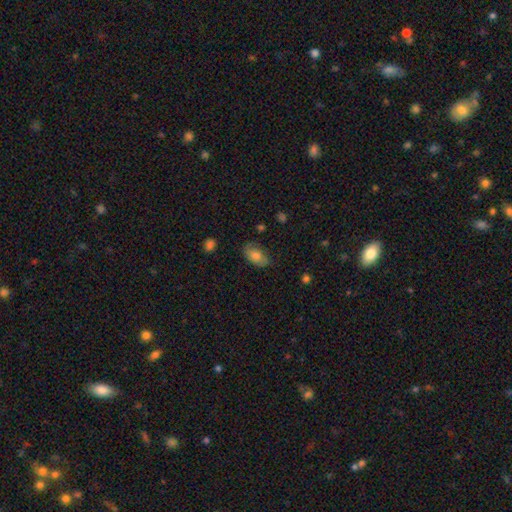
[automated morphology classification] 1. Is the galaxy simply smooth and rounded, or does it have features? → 72% smooth, 20% featured or disk, 8% star or artifact.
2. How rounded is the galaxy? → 92% in between, 5% round, 3% cigar-shaped.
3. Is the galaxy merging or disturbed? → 67% none, 26% minor disturbance, 6% major disturbance, 2% merger.